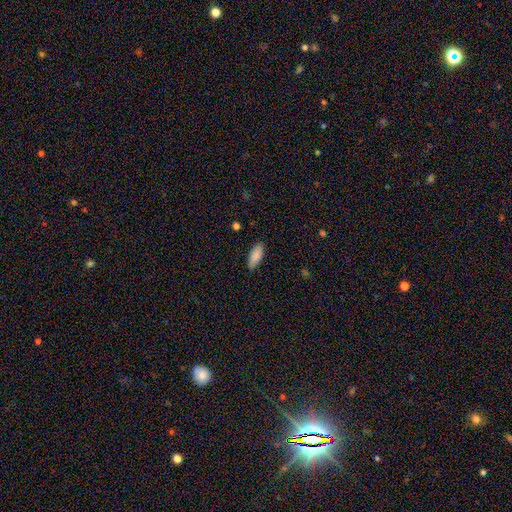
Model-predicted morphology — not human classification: This is clearly a smooth galaxy (86%). How rounded: clearly in between (82%). Merging: clearly none (87%).